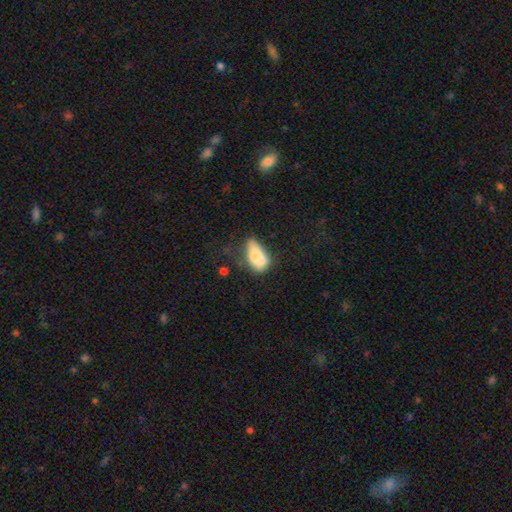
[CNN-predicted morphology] A smooth galaxy with no disk features (75%) that is in between round and cigar-shaped (87%). Merging: none (32%, tied with minor disturbance).